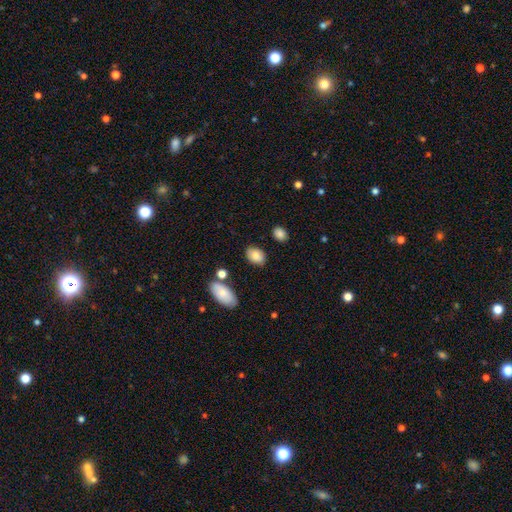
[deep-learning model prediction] Smooth or featured?
  - smooth: 82% *
  - featured or disk: 10%
  - star or artifact: 8%
How rounded?
  - in between: 79% *
  - round: 19%
  - cigar-shaped: 1%
Merging?
  - none: 80% *
  - minor disturbance: 13%
  - merger: 4%
  - major disturbance: 3%